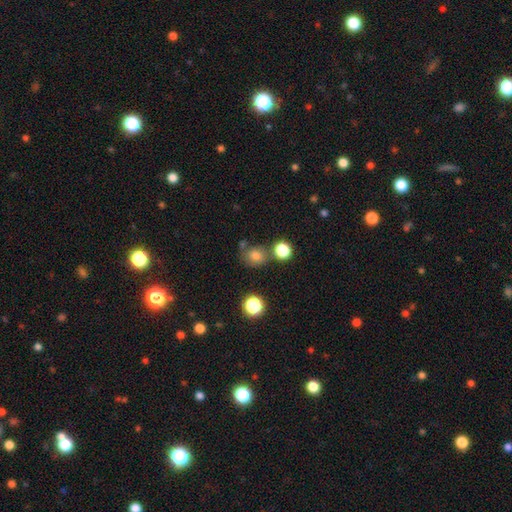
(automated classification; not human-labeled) Morphology: type=smooth (77%); roundness=round (76%); merging=none (63%).